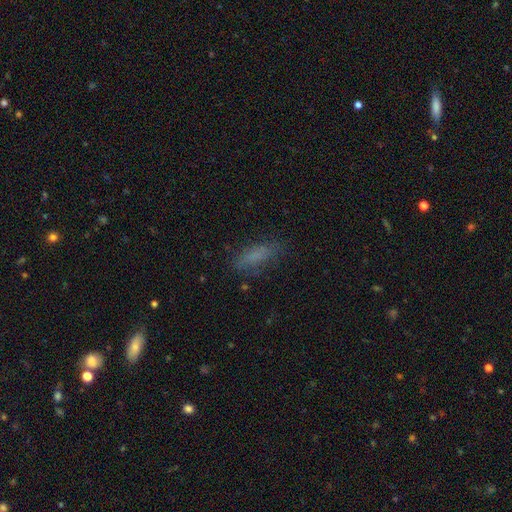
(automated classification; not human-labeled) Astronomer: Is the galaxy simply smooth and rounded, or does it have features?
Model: smooth — 74%.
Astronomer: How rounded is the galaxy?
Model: in between — 53% (runner-up: cigar-shaped, 44%).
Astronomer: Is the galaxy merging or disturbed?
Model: none — 72%.